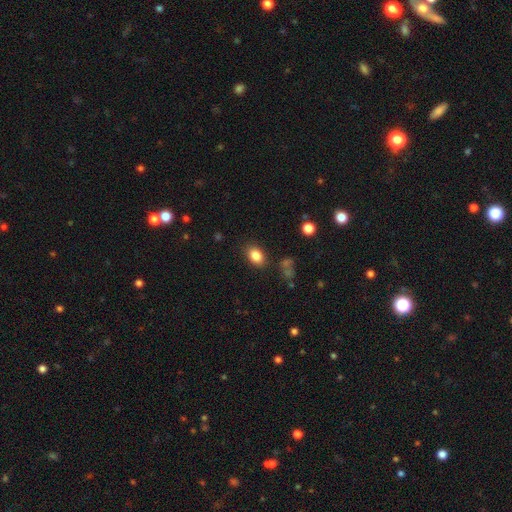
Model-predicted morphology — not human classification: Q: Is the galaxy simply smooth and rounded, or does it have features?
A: smooth — 85%.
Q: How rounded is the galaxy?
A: in between — 77%.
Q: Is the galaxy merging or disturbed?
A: none — 83%.